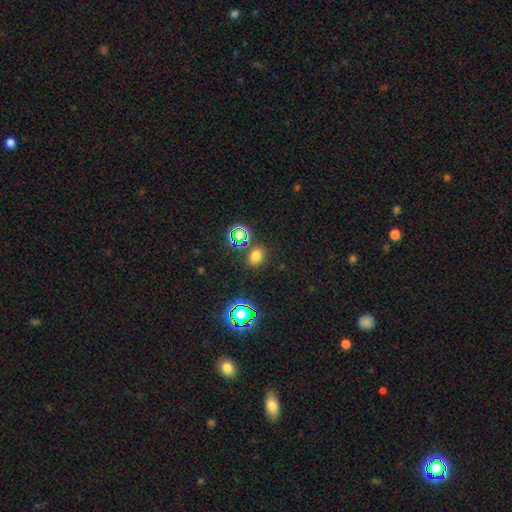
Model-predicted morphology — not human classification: smooth-or-featured: smooth: 70% | star or artifact: 24% | featured or disk: 6%
  how-rounded: in between: 50% | round: 49% | cigar-shaped: 1%
  merging: none: 82% | minor disturbance: 9% | merger: 6% | major disturbance: 3%